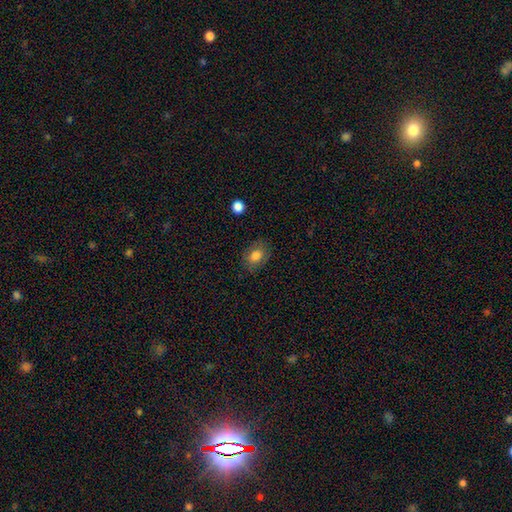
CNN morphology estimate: This appears to be a smooth galaxy with no disk features (79%) that is in between round and cigar-shaped (66%). Merging: none (80%).